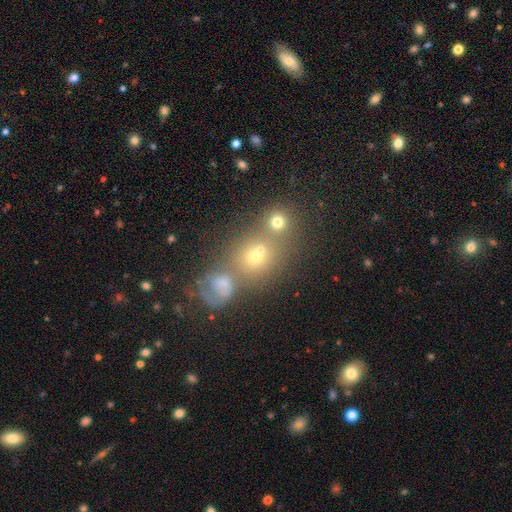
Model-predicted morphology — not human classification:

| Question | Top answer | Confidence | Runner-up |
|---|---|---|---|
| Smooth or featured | smooth | 55% | star or artifact (24%) |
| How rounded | round | 71% | in between (27%) |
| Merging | merger | 46% | none (39%) |